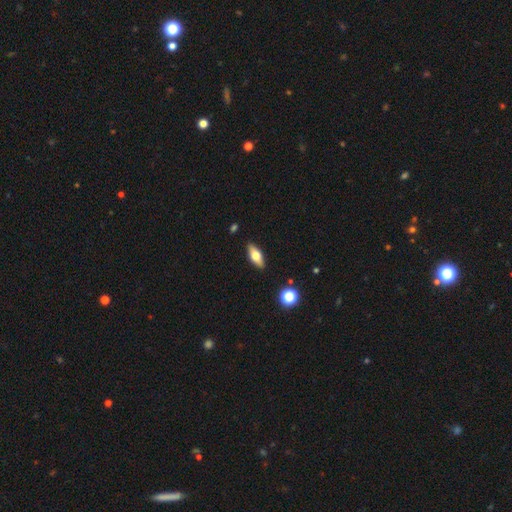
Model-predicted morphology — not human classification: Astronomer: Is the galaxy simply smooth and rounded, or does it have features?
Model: smooth — 56% (runner-up: featured or disk, 37%).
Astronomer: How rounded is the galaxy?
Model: in between — 74%.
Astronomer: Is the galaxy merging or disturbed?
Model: none — 88%.